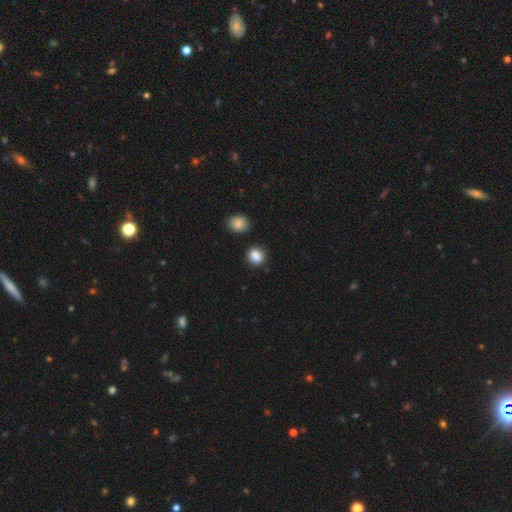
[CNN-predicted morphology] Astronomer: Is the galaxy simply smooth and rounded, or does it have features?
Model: smooth — 87%.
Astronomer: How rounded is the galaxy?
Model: round — 69%.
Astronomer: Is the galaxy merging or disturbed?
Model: none — 85%.